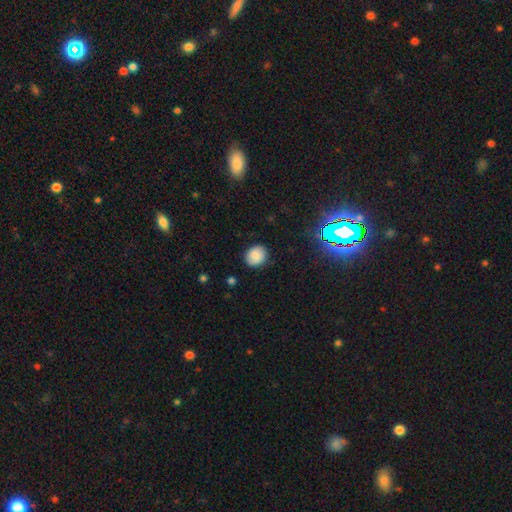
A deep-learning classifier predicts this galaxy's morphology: This appears to be a smooth galaxy with no disk features (82%) that is round (69%). Merging: none (84%).